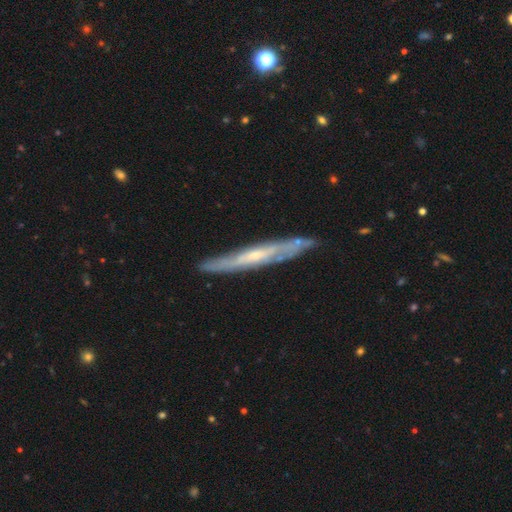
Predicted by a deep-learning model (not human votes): Smooth or featured?
  - featured or disk: 72% *
  - smooth: 22%
  - star or artifact: 6%
Edge-on disk?
  - yes: 81% *
  - no: 19%
Edge-on bulge?
  - none: 53% *
  - rounded: 42%
  - boxy: 6%
Merging?
  - none: 81% *
  - minor disturbance: 15%
  - major disturbance: 3%
  - merger: 2%